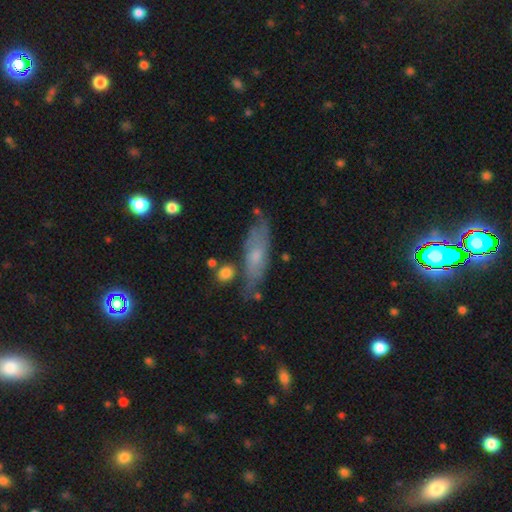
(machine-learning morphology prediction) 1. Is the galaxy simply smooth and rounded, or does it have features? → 46% featured or disk (tied), 46% smooth (tied), 8% star or artifact.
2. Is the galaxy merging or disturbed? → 62% none, 24% minor disturbance, 8% major disturbance, 6% merger.